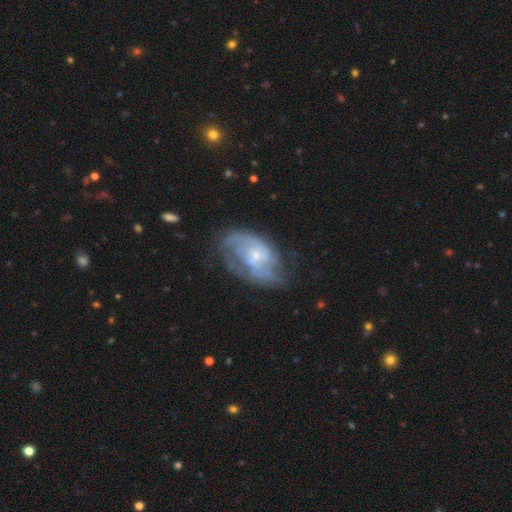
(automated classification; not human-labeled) smooth_or_featured: featured or disk (p=0.83) [alt: smooth p=0.11]
disk_edge_on: no (p=0.97) [alt: yes p=0.03]
bar: no (p=0.62) [alt: weak p=0.33]
has_spiral_arms: yes (p=0.92) [alt: no p=0.08]
spiral_winding: medium (p=0.43) [alt: tight p=0.39]
spiral_arm_count: 2 (p=0.44) [alt: can't tell p=0.29]
bulge_size: small (p=0.73) [alt: moderate p=0.20]
merging: none (p=0.62) [alt: minor disturbance p=0.22]